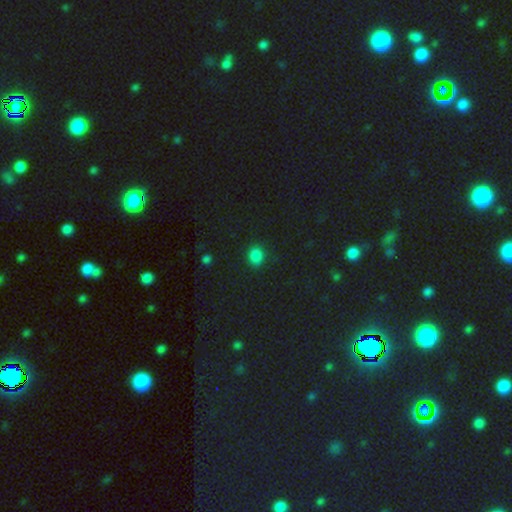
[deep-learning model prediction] Smooth or featured? Predicted: smooth (p=0.83). How rounded? Predicted: round (p=0.62). Merging? Predicted: none (p=0.86).